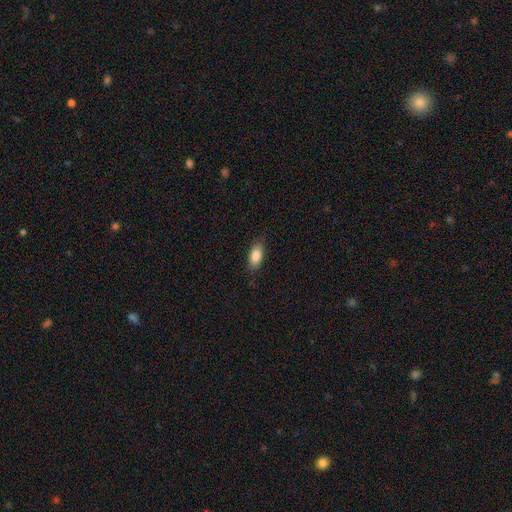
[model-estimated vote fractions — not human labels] This is clearly a smooth galaxy (87%). How rounded: clearly in between (88%). Merging: clearly none (84%).